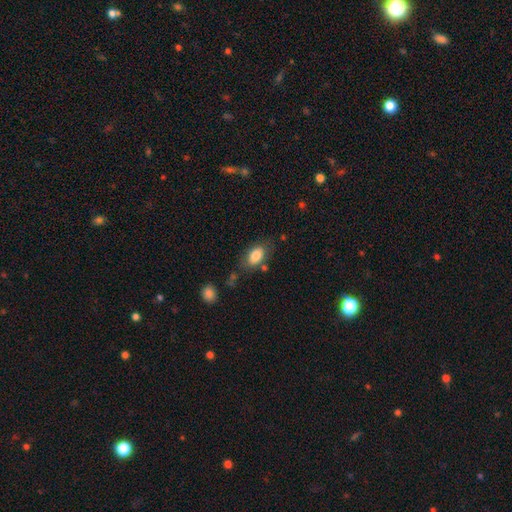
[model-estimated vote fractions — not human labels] smooth_or_featured: smooth (p=0.82) [alt: featured or disk p=0.11]
how_rounded: in between (p=0.90) [alt: round p=0.07]
merging: none (p=0.69) [alt: minor disturbance p=0.18]